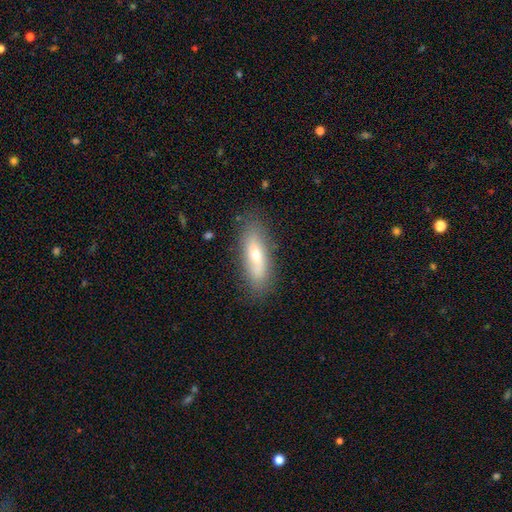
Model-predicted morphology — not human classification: The model was most divided on "how rounded" (2-way tie): cigar-shaped: 49%, in between: 49%, round: 2%. More confident: merging — none (81%); smooth or featured — smooth (59%).